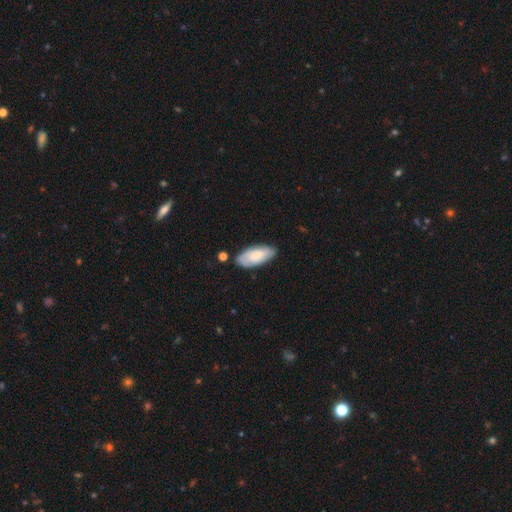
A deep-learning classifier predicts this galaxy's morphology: Smooth or featured? smooth (69%)
How rounded? in between (86%)
Merging? none (74%)